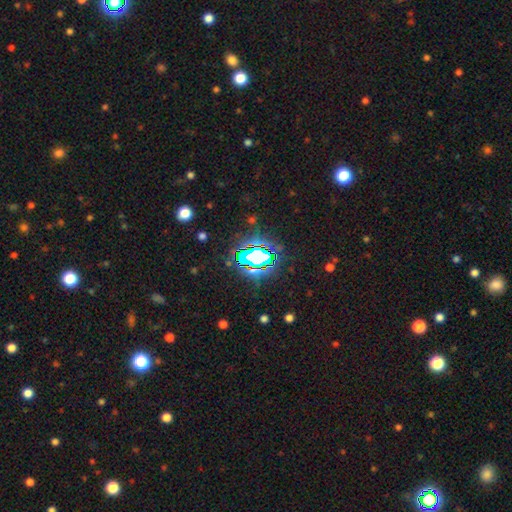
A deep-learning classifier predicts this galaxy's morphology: This appears to be a star or artifact, not a galaxy (68%).